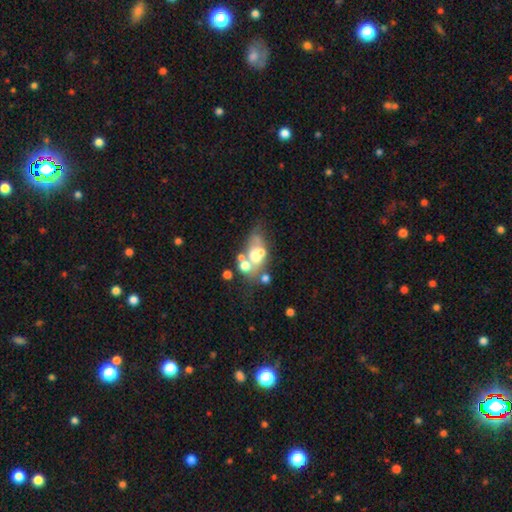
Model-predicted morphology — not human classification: Smooth or featured? featured or disk (44%)
Merging? merger (44%)